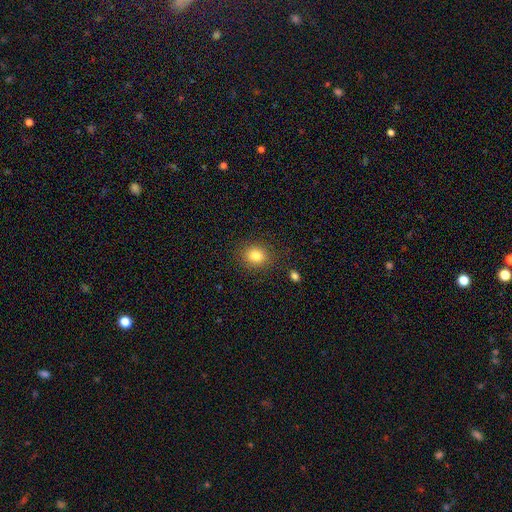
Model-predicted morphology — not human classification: A smooth galaxy with no disk features (83%) that is round (64%).

Vote fractions:
- Smooth or featured? smooth: 83% / star or artifact: 11% / featured or disk: 6%
- How rounded? round: 64% / in between: 35% / cigar-shaped: 1%
- Merging? none: 87% / minor disturbance: 9% / major disturbance: 3% / merger: 2%